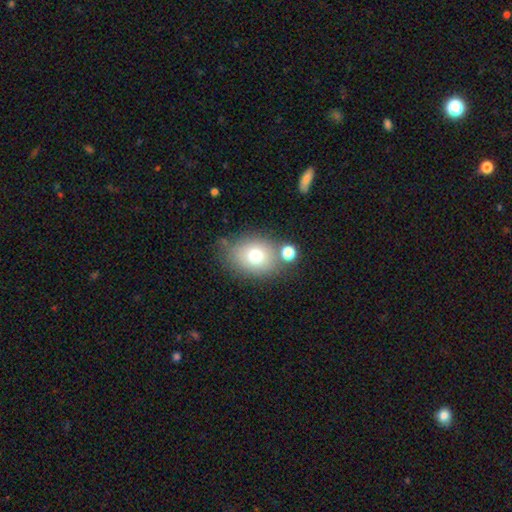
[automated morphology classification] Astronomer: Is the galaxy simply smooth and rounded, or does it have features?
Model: smooth — 72%.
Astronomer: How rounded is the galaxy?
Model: in between — 51% (runner-up: round, 48%).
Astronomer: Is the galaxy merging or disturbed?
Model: none — 67%.